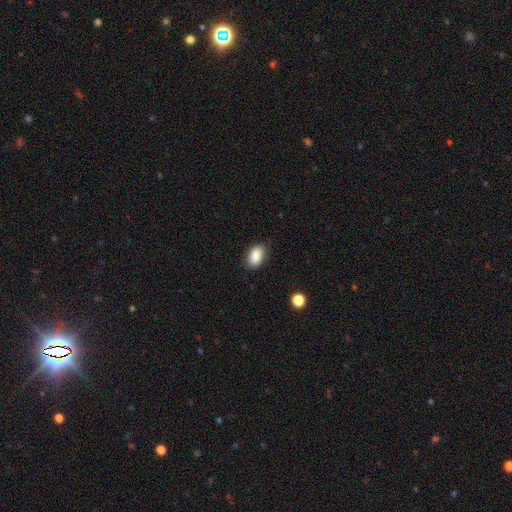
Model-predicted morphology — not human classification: Smooth or featured? smooth (87%)
How rounded? in between (90%)
Merging? none (83%)